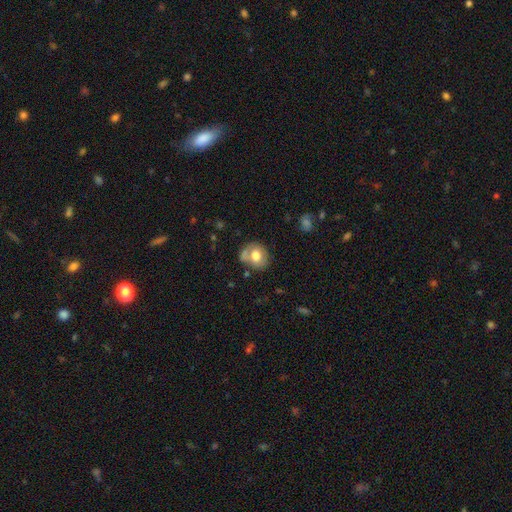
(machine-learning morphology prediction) type=smooth (69%); roundness=round (63%); merging=none (55%).